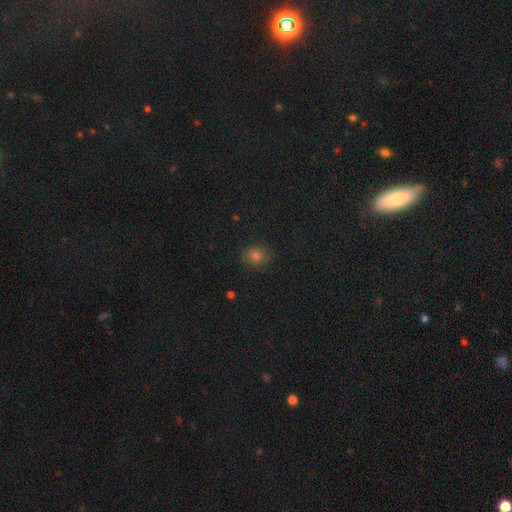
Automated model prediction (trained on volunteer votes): Smooth or featured? smooth (71%)
How rounded? round (82%)
Merging? none (86%)